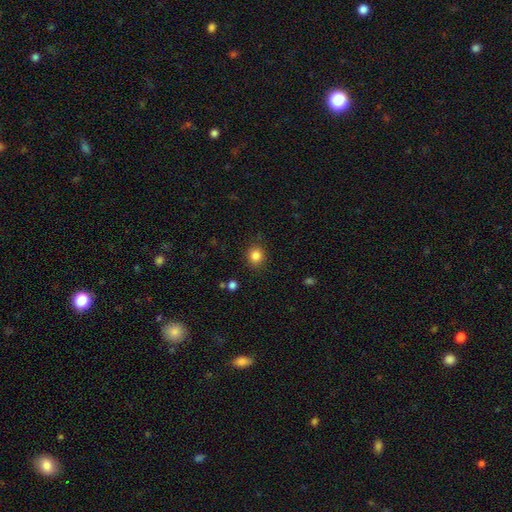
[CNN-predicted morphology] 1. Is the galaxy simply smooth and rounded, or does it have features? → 84% smooth, 11% star or artifact, 5% featured or disk.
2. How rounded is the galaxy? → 81% round, 18% in between, 1% cigar-shaped.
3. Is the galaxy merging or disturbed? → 87% none, 8% minor disturbance, 3% major disturbance, 2% merger.